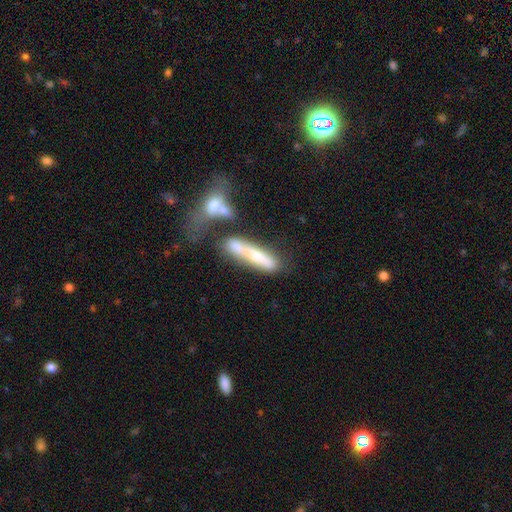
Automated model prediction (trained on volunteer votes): Smooth or featured? Predicted: smooth (p=0.53). How rounded? Predicted: cigar-shaped (p=0.78). Merging? Predicted: merger (p=0.40).